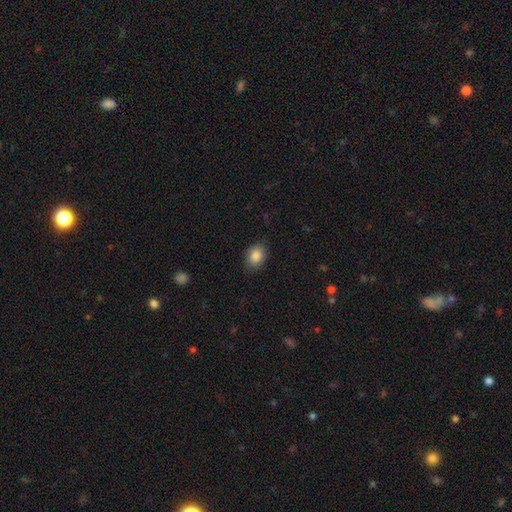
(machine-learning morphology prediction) Overall: smooth (87%). How rounded: in between (67%; round 32%). Merging: none (83%).